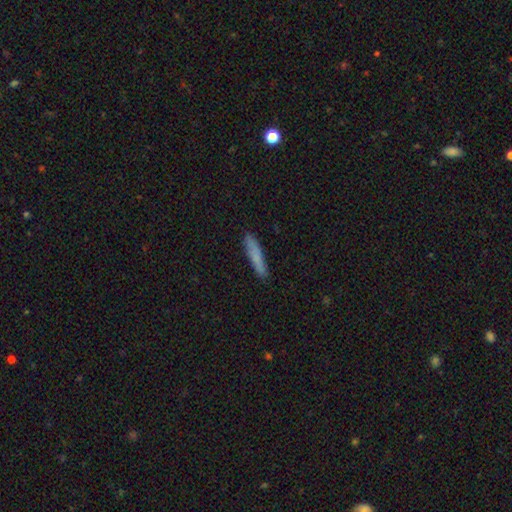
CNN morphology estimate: This appears to be a smooth galaxy with no disk features (78%) that is cigar-shaped (91%). Merging: none (86%).